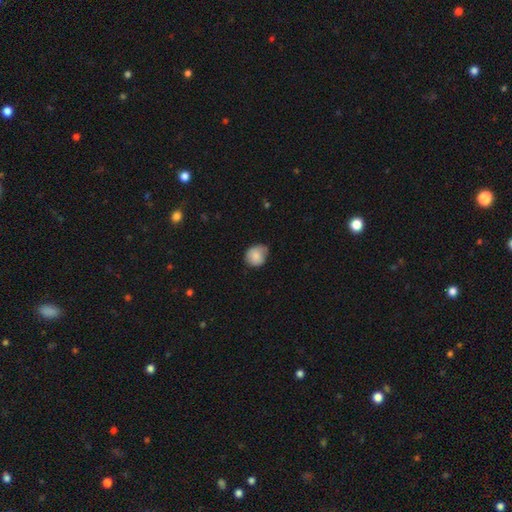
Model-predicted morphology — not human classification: Q: Smooth or featured?
A: smooth (82%); runner-up: featured or disk (11%)
Q: How rounded?
A: round (71%); runner-up: in between (28%)
Q: Merging?
A: none (51%); runner-up: minor disturbance (39%)